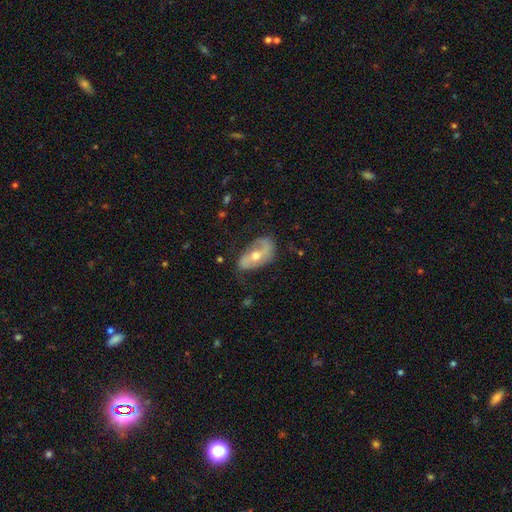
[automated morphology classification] Overall: featured or disk (67%). Edge-on disk: no (91%). Bar: no (45%; weak 29%). Spiral arms: yes (74%). Bulge size: moderate (70%). Merging: none (63%; minor disturbance 25%).